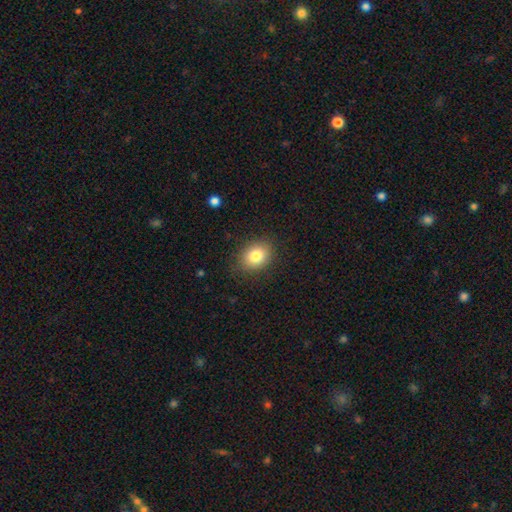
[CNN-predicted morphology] type=smooth (82%); roundness=in between (53%); merging=none (86%).